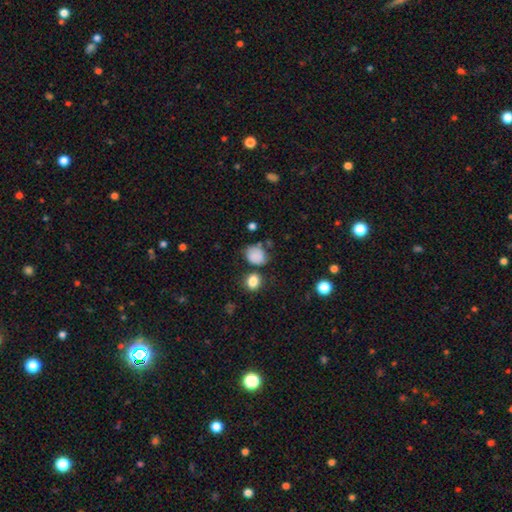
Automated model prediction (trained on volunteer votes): smooth-or-featured: smooth: 82% | star or artifact: 11% | featured or disk: 6%
  how-rounded: round: 56% | in between: 43% | cigar-shaped: 1%
  merging: none: 60% | minor disturbance: 23% | merger: 9% | major disturbance: 8%